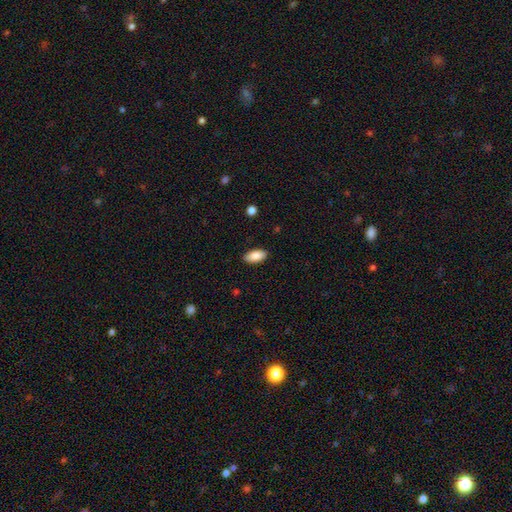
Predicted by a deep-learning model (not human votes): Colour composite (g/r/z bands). It shows a smooth galaxy with no disk features (87%) that is in between round and cigar-shaped (92%). Merging: none (89%).